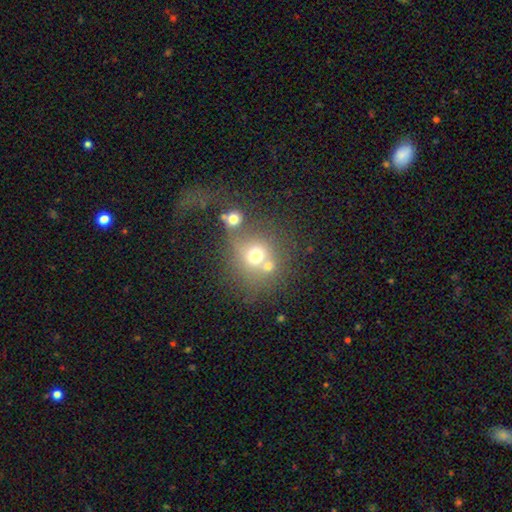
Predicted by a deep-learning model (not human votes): Smooth or featured?
  - smooth: 64% *
  - featured or disk: 18%
  - star or artifact: 18%
How rounded?
  - round: 80% *
  - in between: 19%
  - cigar-shaped: 1%
Merging?
  - none: 42% *
  - merger: 41%
  - minor disturbance: 10%
  - major disturbance: 7%